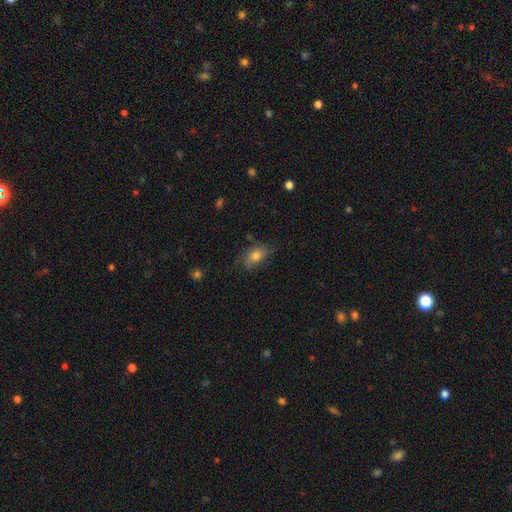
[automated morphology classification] This is likely a smooth galaxy (71%). How rounded: clearly in between (82%). Merging: likely none (64%).